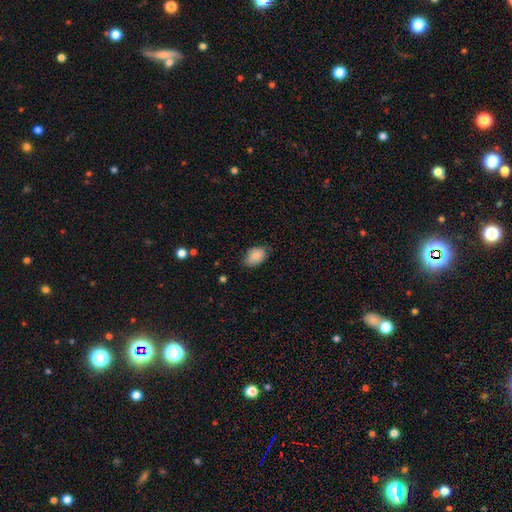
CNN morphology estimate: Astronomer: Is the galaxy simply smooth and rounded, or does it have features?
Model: smooth — 86%.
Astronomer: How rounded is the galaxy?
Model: in between — 89%.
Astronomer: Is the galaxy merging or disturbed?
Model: none — 77%.